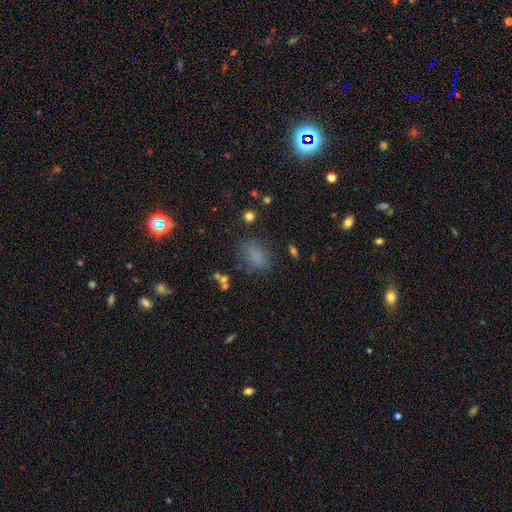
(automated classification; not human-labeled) A smooth galaxy with no disk features (76%) that is in between round and cigar-shaped (82%).

Vote fractions:
- Smooth or featured? smooth: 76% / star or artifact: 17% / featured or disk: 7%
- How rounded? in between: 82% / round: 15% / cigar-shaped: 3%
- Merging? none: 74% / minor disturbance: 16% / major disturbance: 7% / merger: 3%